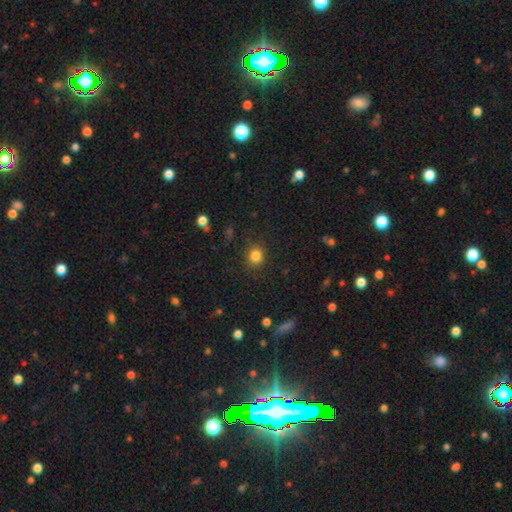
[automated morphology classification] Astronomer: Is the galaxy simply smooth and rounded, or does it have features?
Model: smooth — 83%.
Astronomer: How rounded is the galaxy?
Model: round — 78%.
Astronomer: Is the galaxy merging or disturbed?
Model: none — 85%.